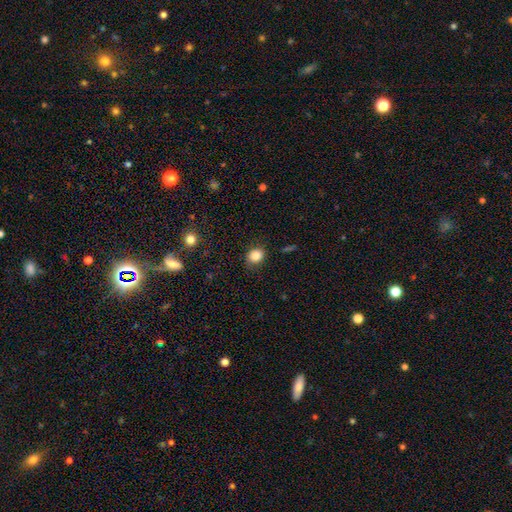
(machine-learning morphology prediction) Smooth or featured: smooth — 84% (star or artifact — 11%)
How rounded: round — 64% (in between — 35%)
Merging: none — 82% (minor disturbance — 14%)